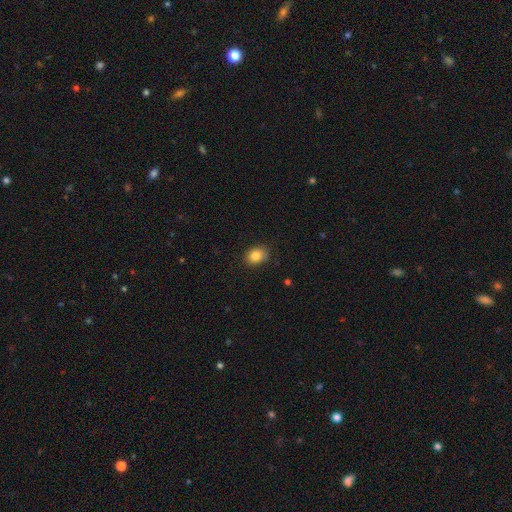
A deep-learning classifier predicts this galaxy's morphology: Smooth or featured? smooth (84%)
How rounded? in between (58%)
Merging? none (80%)